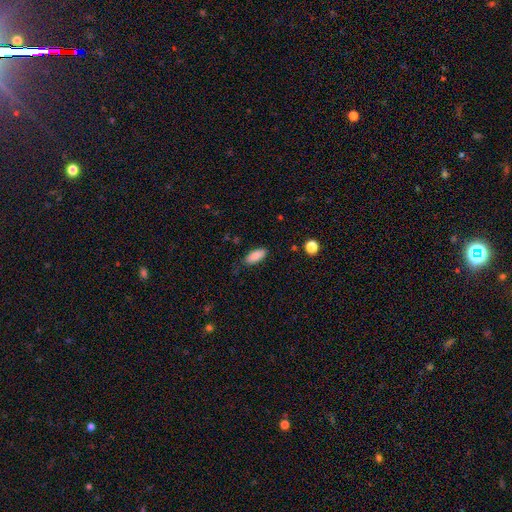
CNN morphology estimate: smooth 87%, star or artifact 7%, featured or disk 6%. Down the decision tree: how rounded — in between (85%); merging — none (81%).